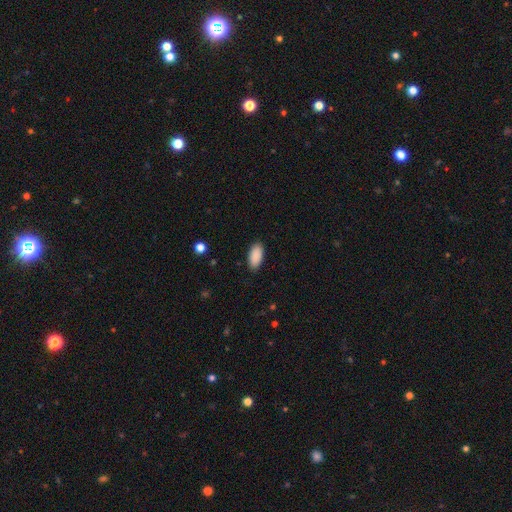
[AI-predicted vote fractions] smooth_or_featured: smooth (p=0.91) [alt: star or artifact p=0.06]
how_rounded: in between (p=0.92) [alt: cigar-shaped p=0.06]
merging: none (p=0.88) [alt: minor disturbance p=0.09]